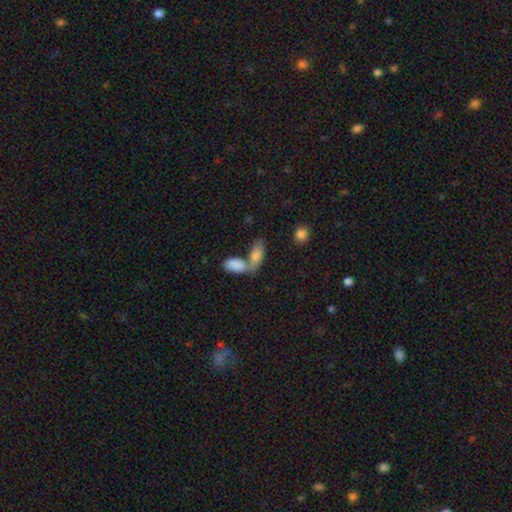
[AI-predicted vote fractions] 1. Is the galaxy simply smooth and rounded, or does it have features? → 82% smooth, 11% featured or disk, 7% star or artifact.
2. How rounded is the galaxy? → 86% in between, 11% cigar-shaped, 3% round.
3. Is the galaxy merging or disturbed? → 53% merger, 34% none, 9% minor disturbance, 4% major disturbance.